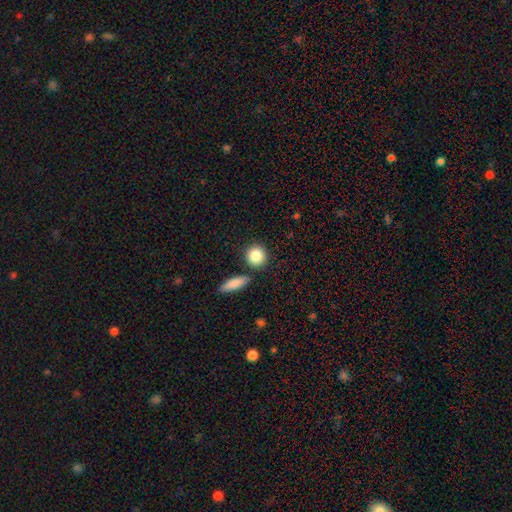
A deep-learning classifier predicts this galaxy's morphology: This appears to be a smooth galaxy with no disk features (86%) that is round (81%). Merging: none (79%).